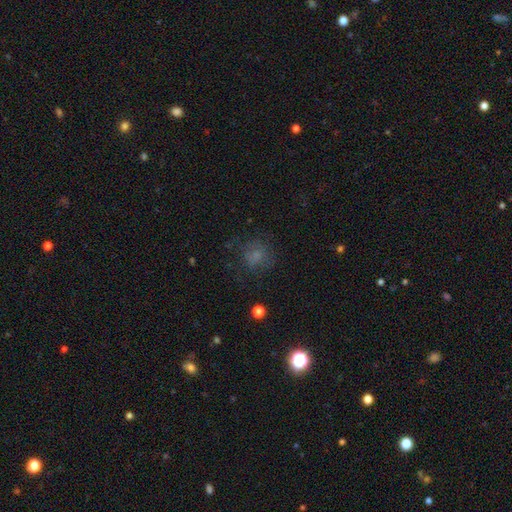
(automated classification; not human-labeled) This is likely a smooth galaxy (62%). How rounded: likely round (79%). Merging: likely none (65%).